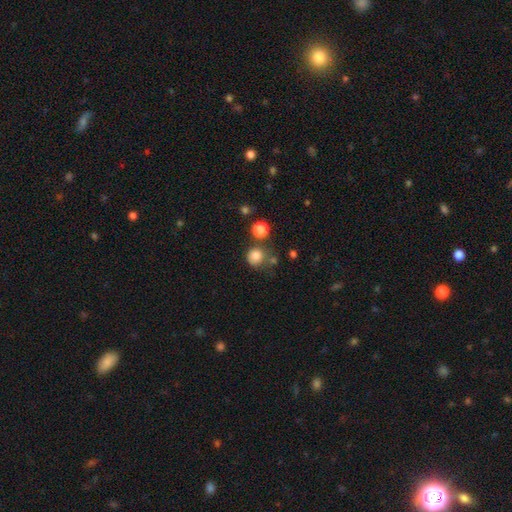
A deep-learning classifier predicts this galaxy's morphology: type=smooth (80%); roundness=round (89%); merging=none (65%).